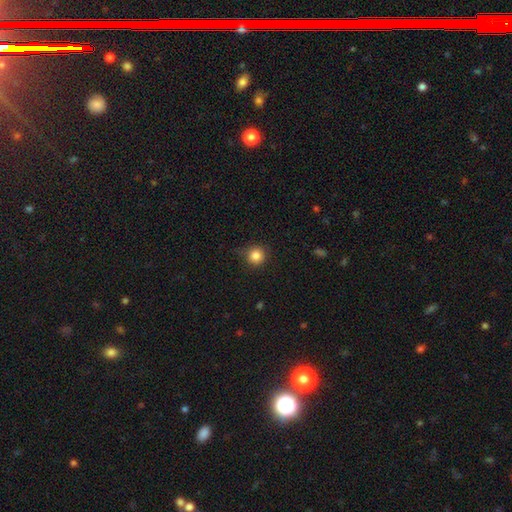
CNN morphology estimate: smooth 84%, star or artifact 11%, featured or disk 5%. Down the decision tree: how rounded — round (94%); merging — none (81%).